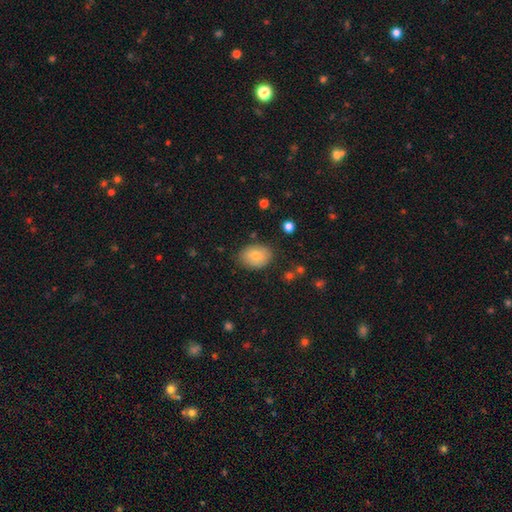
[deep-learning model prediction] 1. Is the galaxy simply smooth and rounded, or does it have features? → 75% smooth, 15% featured or disk, 10% star or artifact.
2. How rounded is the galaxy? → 73% in between, 26% round, 1% cigar-shaped.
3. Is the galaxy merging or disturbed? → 82% none, 14% minor disturbance, 3% major disturbance, 2% merger.